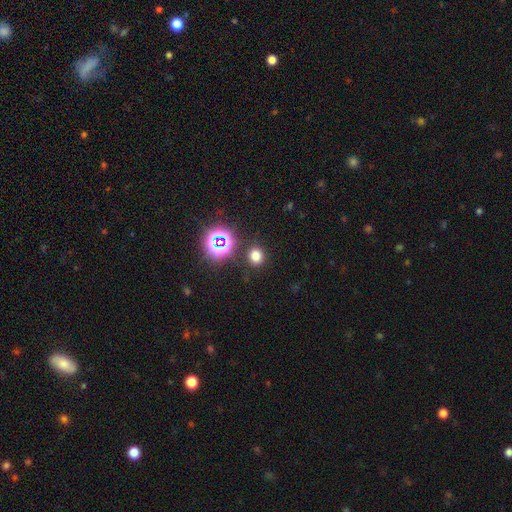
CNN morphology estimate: smooth 71%, star or artifact 23%, featured or disk 6%. Down the decision tree: how rounded — round (77%); merging — none (87%).